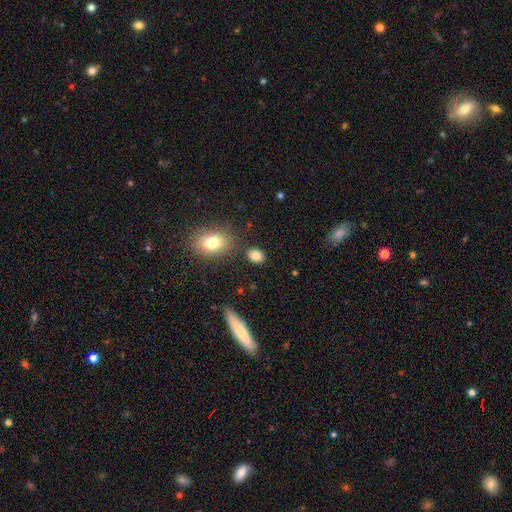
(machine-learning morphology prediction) type=smooth (82%); roundness=in between (57%); merging=none (82%).